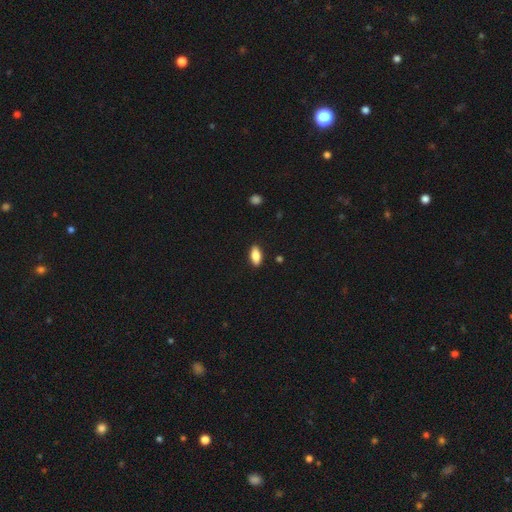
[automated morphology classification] This appears to be a smooth galaxy with no disk features (86%) that is in between round and cigar-shaped (87%). Merging: none (88%).